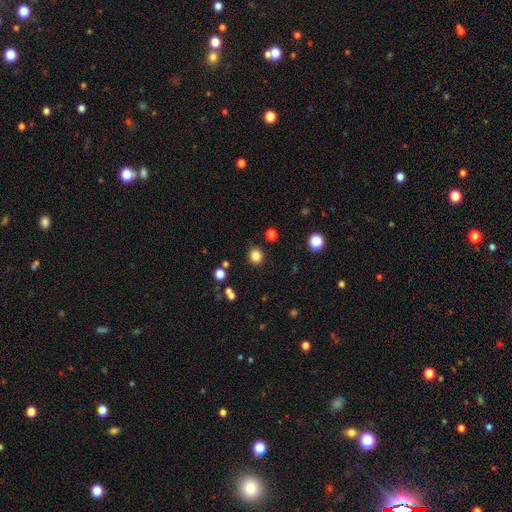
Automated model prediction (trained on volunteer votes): smooth-or-featured: smooth: 84% | star or artifact: 12% | featured or disk: 4%
  how-rounded: round: 84% | in between: 15% | cigar-shaped: 1%
  merging: none: 89% | minor disturbance: 6% | major disturbance: 2% | merger: 2%